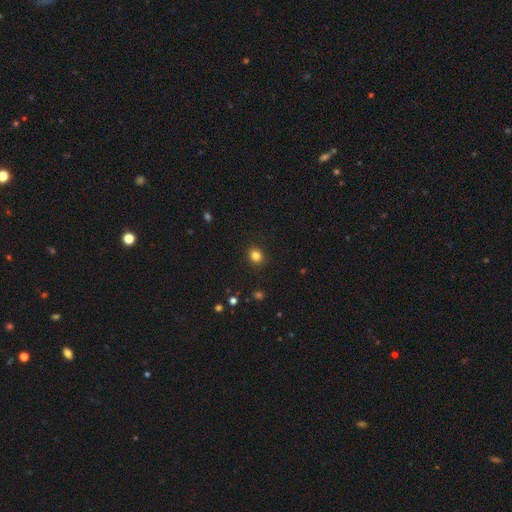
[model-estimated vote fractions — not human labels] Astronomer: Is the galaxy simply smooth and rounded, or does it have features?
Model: smooth — 83%.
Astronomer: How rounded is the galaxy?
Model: round — 72%.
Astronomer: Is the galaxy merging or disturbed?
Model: none — 90%.